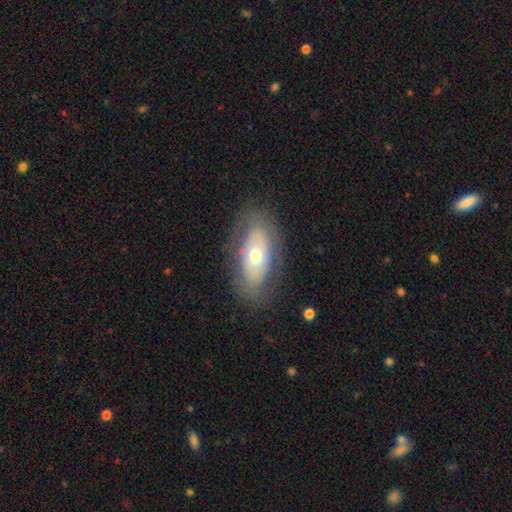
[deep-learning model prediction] Smooth or featured? smooth (51%)
How rounded? in between (89%)
Merging? none (78%)